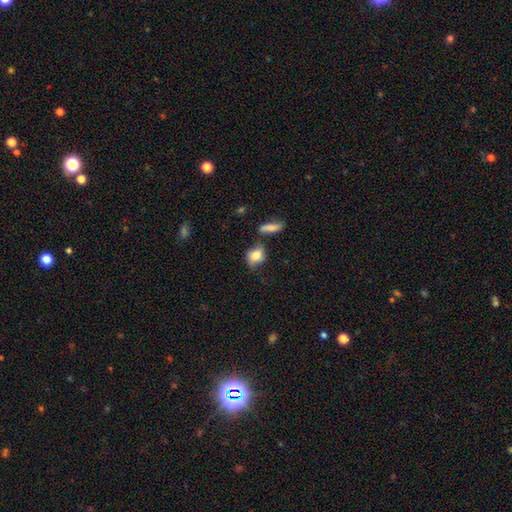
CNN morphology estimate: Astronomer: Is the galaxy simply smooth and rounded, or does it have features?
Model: smooth — 77%.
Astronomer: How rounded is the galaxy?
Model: in between — 54% (runner-up: round, 43%).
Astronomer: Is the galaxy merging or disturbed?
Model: none — 54%.